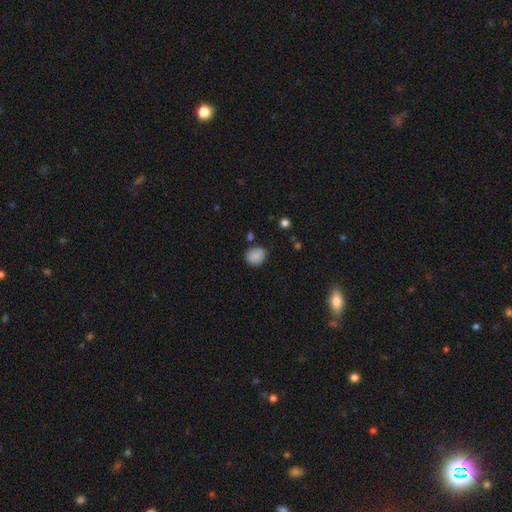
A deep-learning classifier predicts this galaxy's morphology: Smooth or featured?
  - smooth: 87% *
  - star or artifact: 9%
  - featured or disk: 4%
How rounded?
  - round: 59% *
  - in between: 40%
  - cigar-shaped: 1%
Merging?
  - none: 77% *
  - minor disturbance: 16%
  - major disturbance: 4%
  - merger: 3%